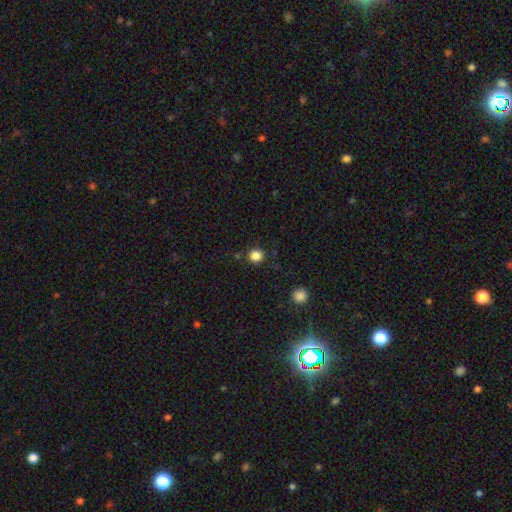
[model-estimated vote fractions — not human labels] Smooth or featured? Predicted: smooth (p=0.84). How rounded? Predicted: round (p=0.92). Merging? Predicted: none (p=0.87).